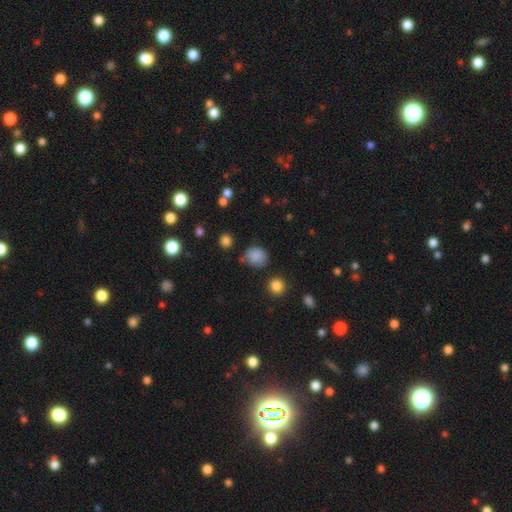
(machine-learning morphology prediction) Smooth or featured? smooth (83%)
How rounded? round (65%)
Merging? none (69%)